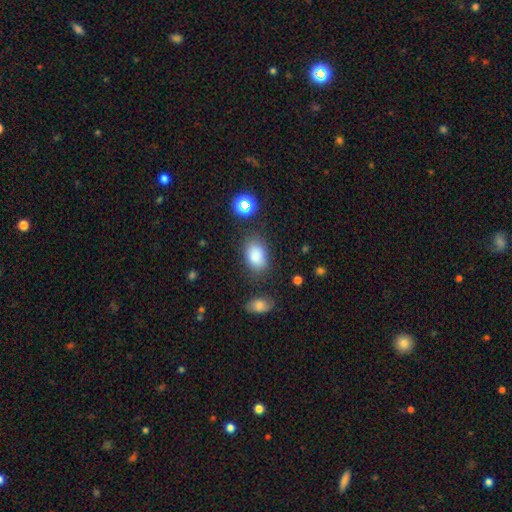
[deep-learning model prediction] Smooth or featured? Predicted: smooth (p=0.83). How rounded? Predicted: in between (p=0.83). Merging? Predicted: none (p=0.74).